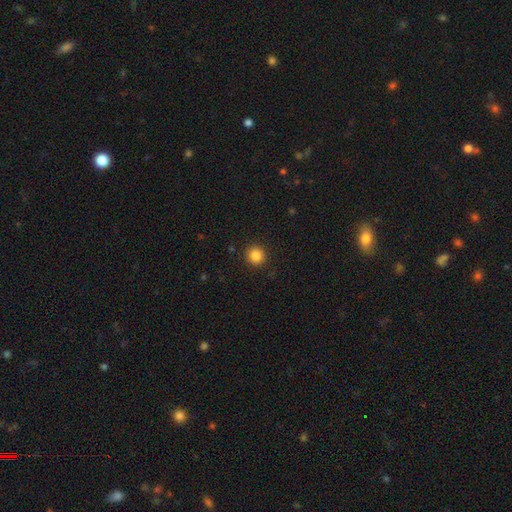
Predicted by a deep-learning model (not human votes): smooth-or-featured: smooth: 85% | star or artifact: 11% | featured or disk: 4%
  how-rounded: round: 93% | in between: 6% | cigar-shaped: 1%
  merging: none: 92% | minor disturbance: 5% | major disturbance: 2% | merger: 1%